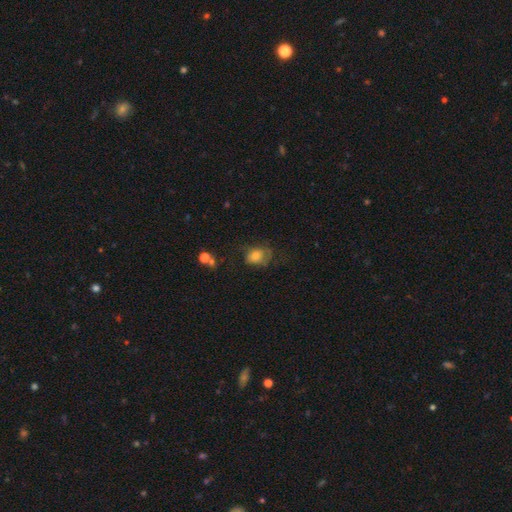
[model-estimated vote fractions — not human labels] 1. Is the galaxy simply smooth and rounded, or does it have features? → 65% smooth, 23% featured or disk, 12% star or artifact.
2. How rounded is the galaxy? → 59% in between, 40% round, 1% cigar-shaped.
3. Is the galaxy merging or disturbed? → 42% none, 29% minor disturbance, 27% major disturbance, 3% merger.